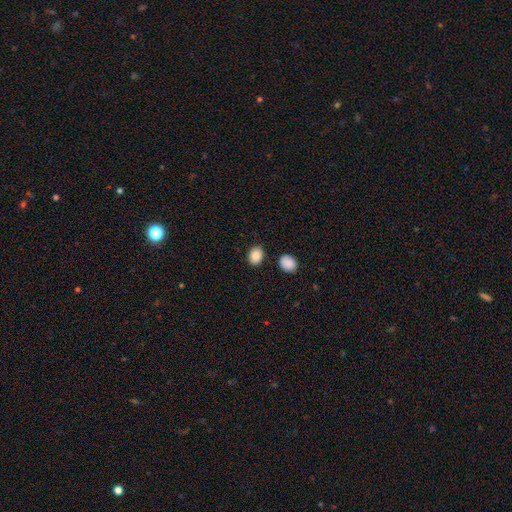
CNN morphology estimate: A smooth galaxy with no disk features (87%) that is in between round and cigar-shaped (58%). Merging: none (84%).